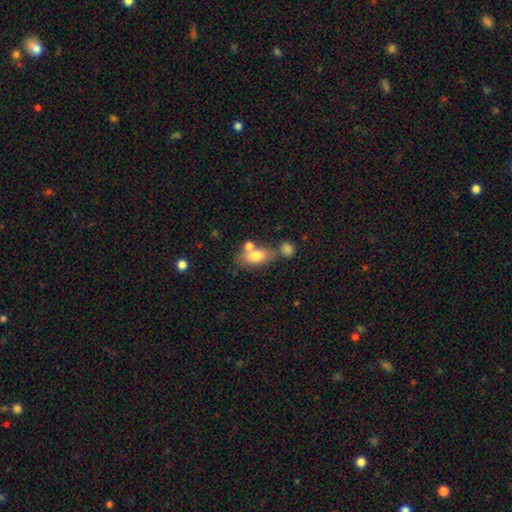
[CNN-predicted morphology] Smooth or featured?
  - smooth: 75% *
  - featured or disk: 18%
  - star or artifact: 8%
How rounded?
  - in between: 84% *
  - cigar-shaped: 8%
  - round: 8%
Merging?
  - none: 52% *
  - merger: 27%
  - minor disturbance: 15%
  - major disturbance: 6%